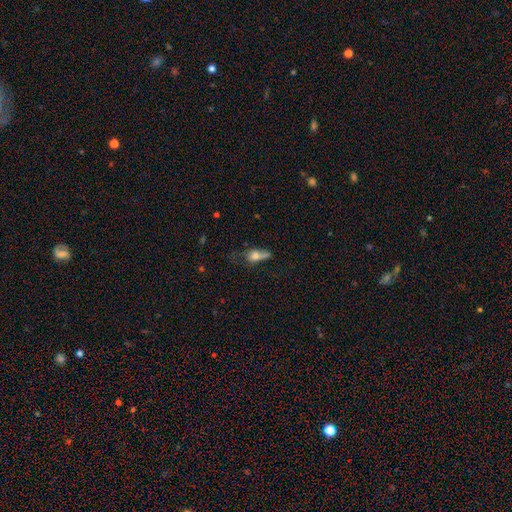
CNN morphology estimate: A smooth galaxy with no disk features (67%) that is in between round and cigar-shaped (67%). Merging: major disturbance (38%).